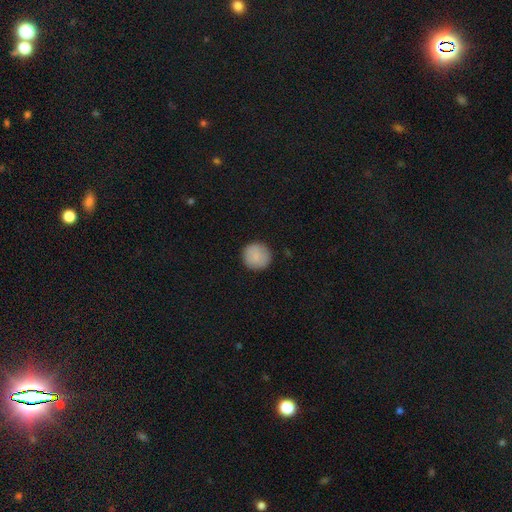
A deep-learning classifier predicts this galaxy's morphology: A smooth galaxy with no disk features (87%) that is round (95%).

Vote fractions:
- Smooth or featured? smooth: 87% / star or artifact: 7% / featured or disk: 6%
- How rounded? round: 95% / in between: 4% / cigar-shaped: 1%
- Merging? none: 90% / minor disturbance: 8% / major disturbance: 2% / merger: 1%